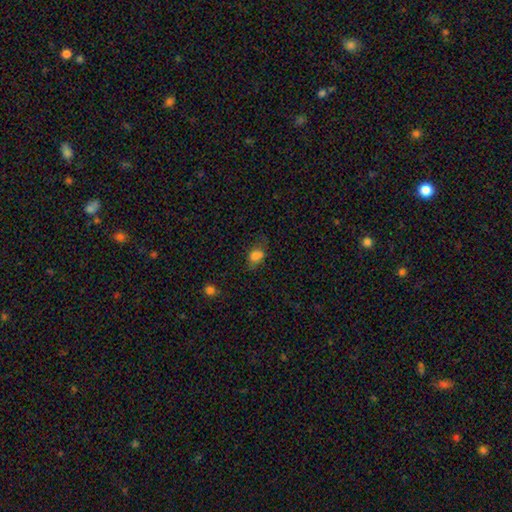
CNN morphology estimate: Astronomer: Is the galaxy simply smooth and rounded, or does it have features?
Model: smooth — 79%.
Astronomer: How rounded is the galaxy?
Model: in between — 68%.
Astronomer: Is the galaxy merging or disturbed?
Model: none — 56%.